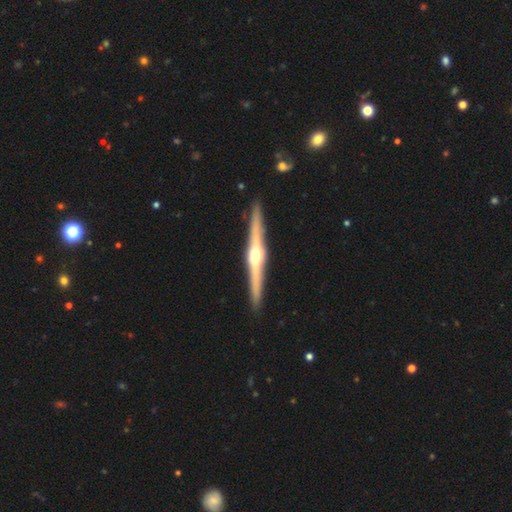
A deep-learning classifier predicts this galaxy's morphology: Smooth or featured: featured or disk — 82% (smooth — 13%)
Edge-on disk: yes — 98% (no — 2%)
Edge-on bulge: rounded — 92% (boxy — 5%)
Merging: none — 92% (minor disturbance — 6%)